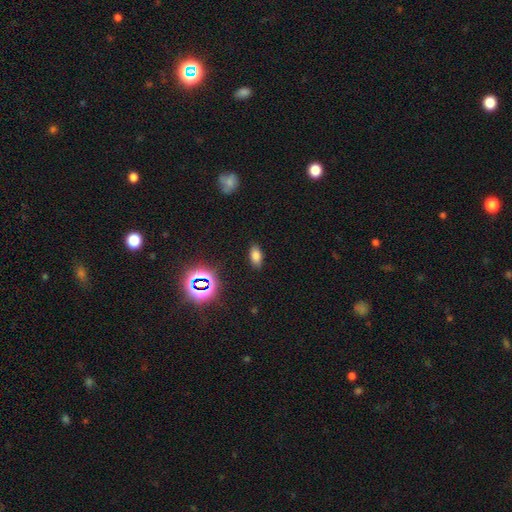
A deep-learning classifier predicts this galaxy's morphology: smooth 74%, star or artifact 19%, featured or disk 8%. Down the decision tree: how rounded — in between (89%); merging — none (87%).